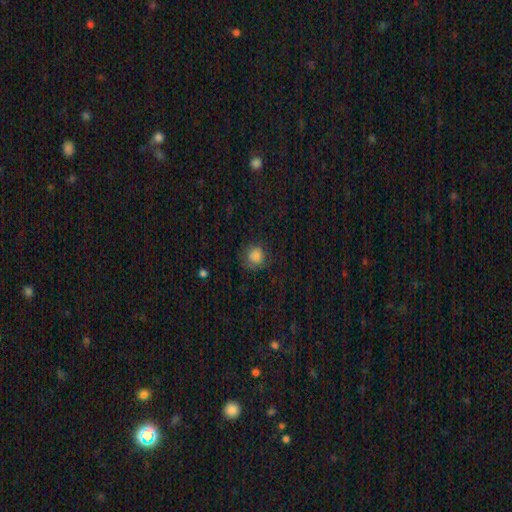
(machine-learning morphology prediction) The model was most divided on "merging": none: 70%, minor disturbance: 18%, major disturbance: 10%, merger: 1%. More confident: how rounded — round (84%); smooth or featured — smooth (80%).